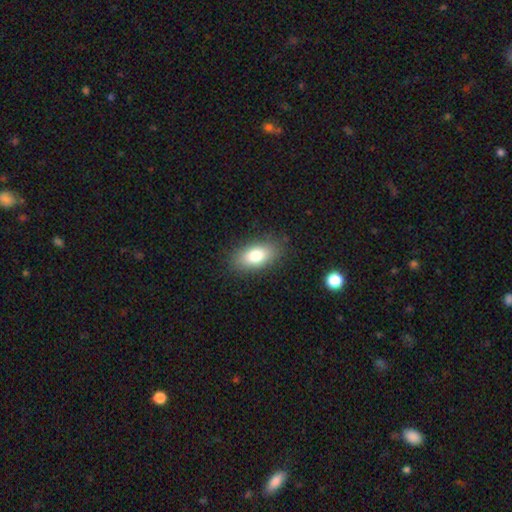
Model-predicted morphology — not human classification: smooth 79%, featured or disk 12%, star or artifact 8%. Down the decision tree: how rounded — in between (89%); merging — none (85%).